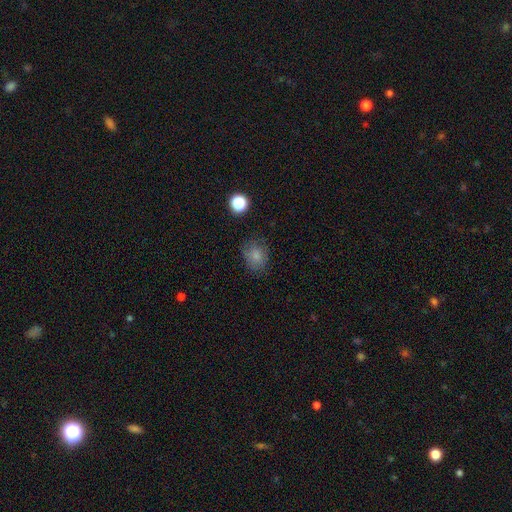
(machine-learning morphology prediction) Smooth or featured?
  - smooth: 79% *
  - star or artifact: 12%
  - featured or disk: 8%
How rounded?
  - round: 61% *
  - in between: 38%
  - cigar-shaped: 1%
Merging?
  - none: 71% *
  - minor disturbance: 21%
  - major disturbance: 7%
  - merger: 2%